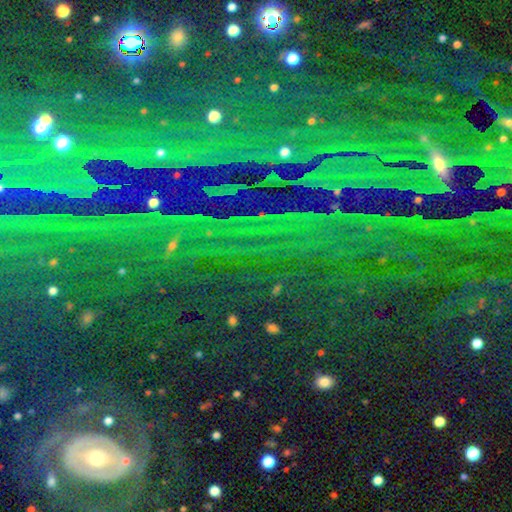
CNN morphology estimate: smooth-or-featured: star or artifact: 86% | smooth: 7% | featured or disk: 7%